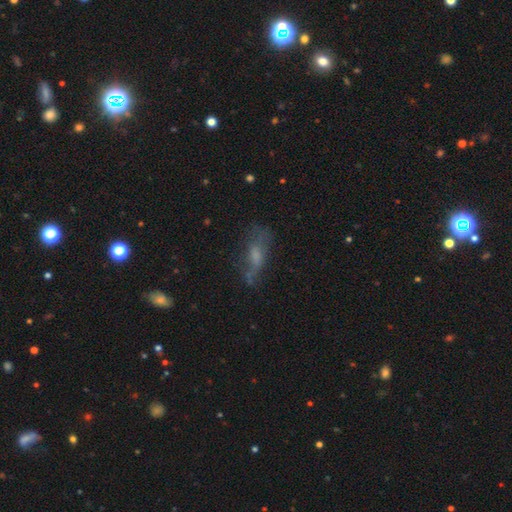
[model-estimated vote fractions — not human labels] This is marginally a smooth galaxy (43%). Merging: possibly none (47%).